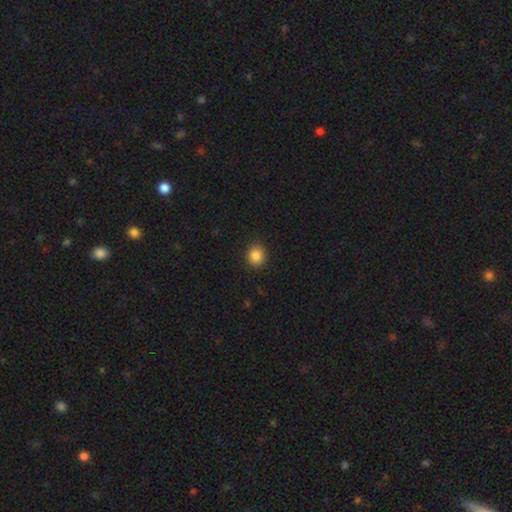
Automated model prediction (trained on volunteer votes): The model was most divided on "how rounded": round: 83%, in between: 16%, cigar-shaped: 1%. More confident: merging — none (90%); smooth or featured — smooth (85%).